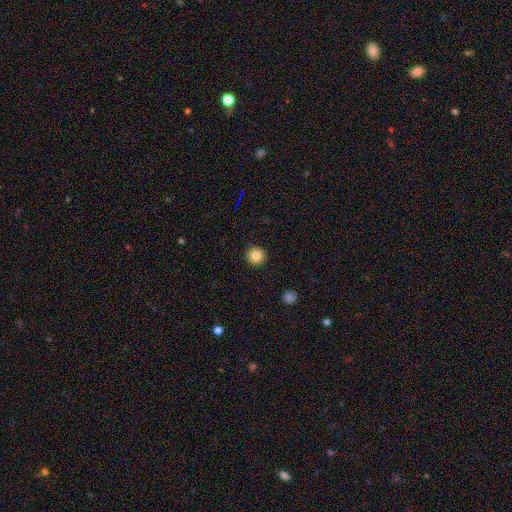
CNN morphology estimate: Smooth or featured? Predicted: smooth (p=0.83). How rounded? Predicted: round (p=0.95). Merging? Predicted: none (p=0.92).